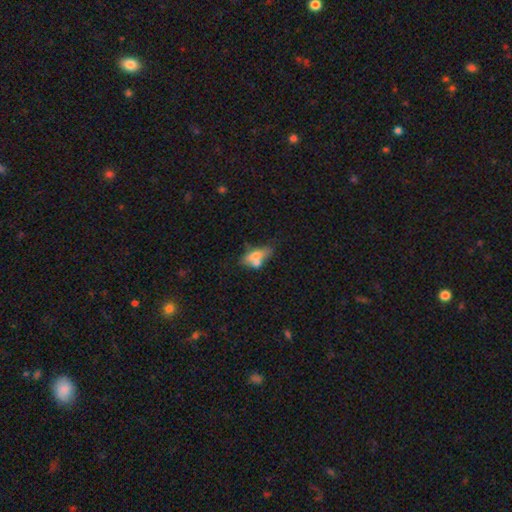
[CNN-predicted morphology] This appears to be a smooth galaxy with no disk features (59%) that is in between round and cigar-shaped (75%). Merging: merger (36%, tied with none).